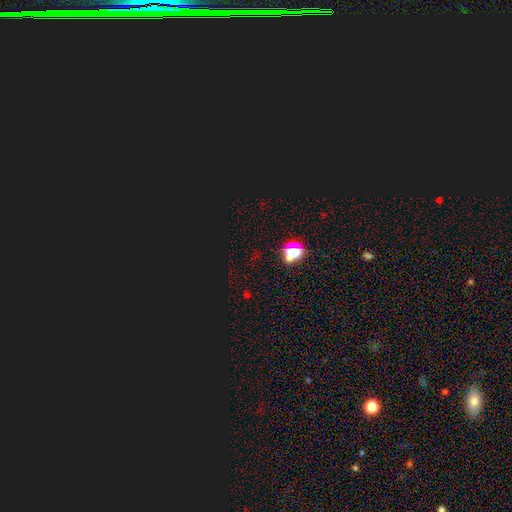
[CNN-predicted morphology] This is likely a star or artifact rather than a galaxy (76%).